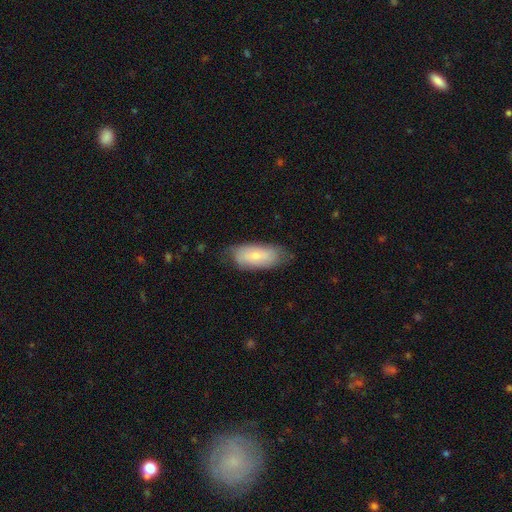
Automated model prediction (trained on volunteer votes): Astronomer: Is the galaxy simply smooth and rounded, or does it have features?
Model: smooth — 63%.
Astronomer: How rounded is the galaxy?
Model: in between — 86%.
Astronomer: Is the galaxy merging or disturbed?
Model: none — 66%.